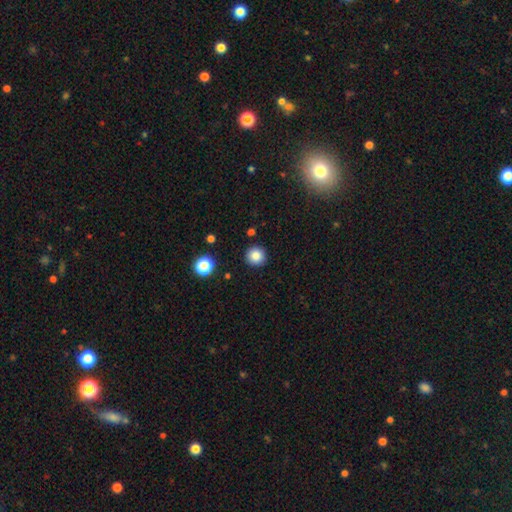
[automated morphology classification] The model was most divided on "smooth or featured": smooth: 85%, star or artifact: 11%, featured or disk: 4%. More confident: how rounded — round (95%); merging — none (91%).